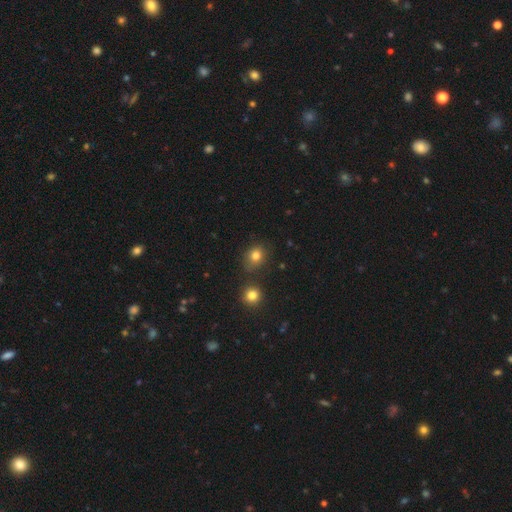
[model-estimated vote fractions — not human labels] Morphology: type=smooth (79%); roundness=round (63%); merging=none (74%).